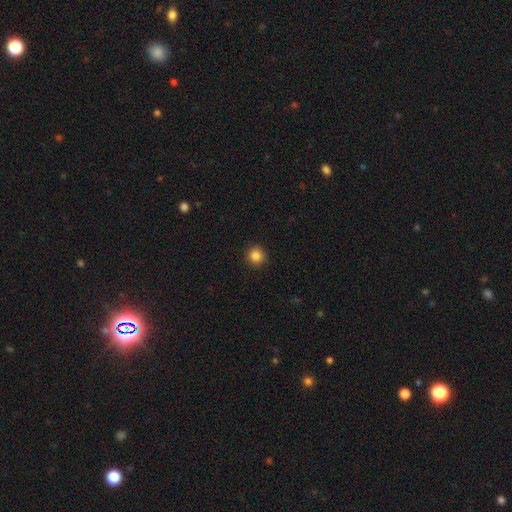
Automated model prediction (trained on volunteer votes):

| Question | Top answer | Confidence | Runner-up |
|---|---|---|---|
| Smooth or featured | smooth | 86% | star or artifact (11%) |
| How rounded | round | 92% | in between (7%) |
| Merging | none | 91% | minor disturbance (6%) |